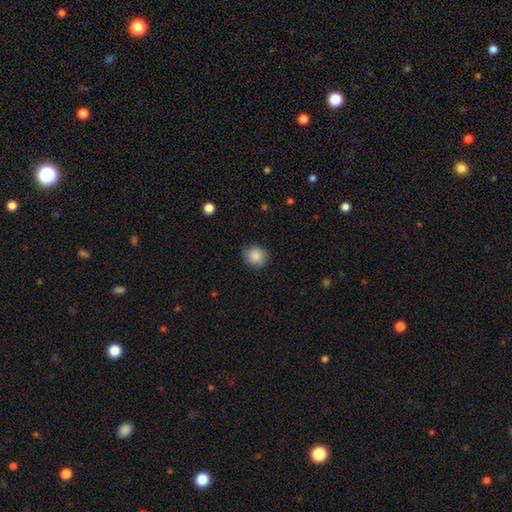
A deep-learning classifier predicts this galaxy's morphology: This appears to be a smooth galaxy with no disk features (88%) that is round (78%). Merging: none (86%).